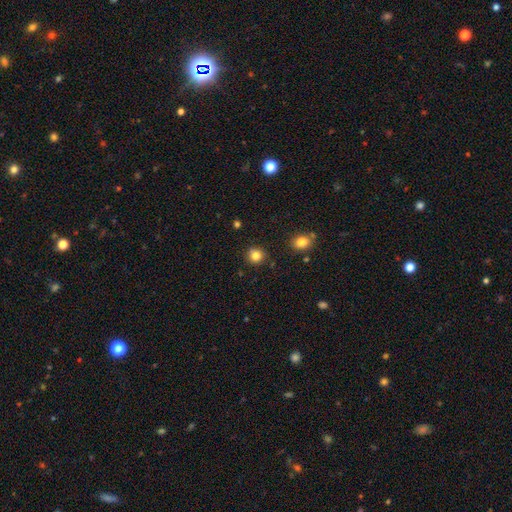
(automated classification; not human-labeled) smooth_or_featured: smooth (p=0.83) [alt: star or artifact p=0.12]
how_rounded: round (p=0.89) [alt: in between p=0.10]
merging: none (p=0.88) [alt: minor disturbance p=0.08]